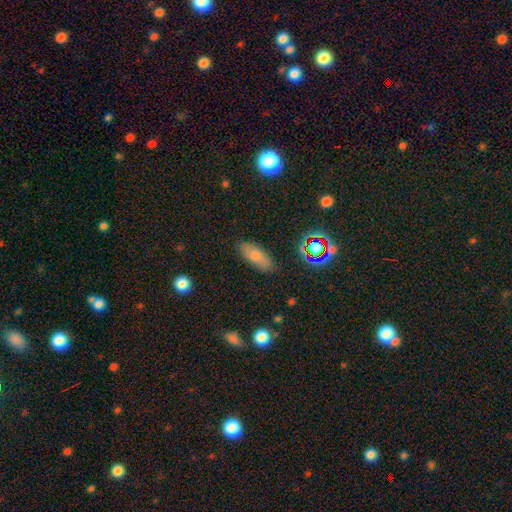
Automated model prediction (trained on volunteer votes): smooth-or-featured: smooth: 74% | featured or disk: 15% | star or artifact: 12%
  how-rounded: in between: 74% | cigar-shaped: 23% | round: 4%
  merging: none: 84% | minor disturbance: 12% | major disturbance: 3% | merger: 2%